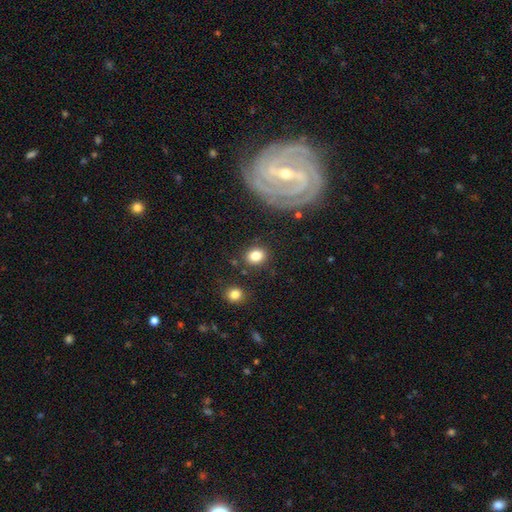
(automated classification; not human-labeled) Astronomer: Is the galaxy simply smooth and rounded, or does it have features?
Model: smooth — 82%.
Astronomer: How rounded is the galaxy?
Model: round — 59% (runner-up: in between, 40%).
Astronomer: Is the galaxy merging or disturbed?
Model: none — 83%.